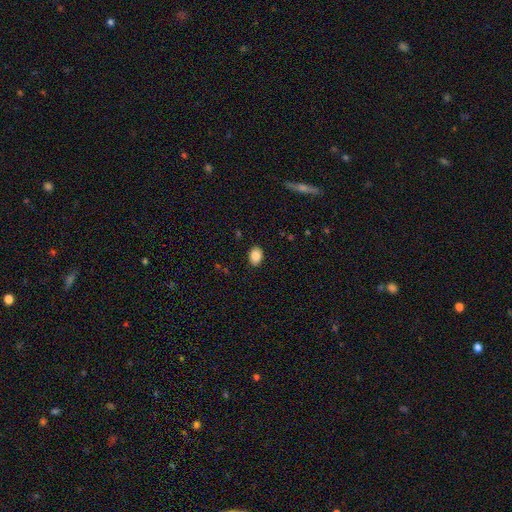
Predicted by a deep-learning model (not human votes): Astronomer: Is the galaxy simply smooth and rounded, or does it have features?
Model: smooth — 88%.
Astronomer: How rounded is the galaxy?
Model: in between — 75%.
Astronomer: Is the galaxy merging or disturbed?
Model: none — 88%.